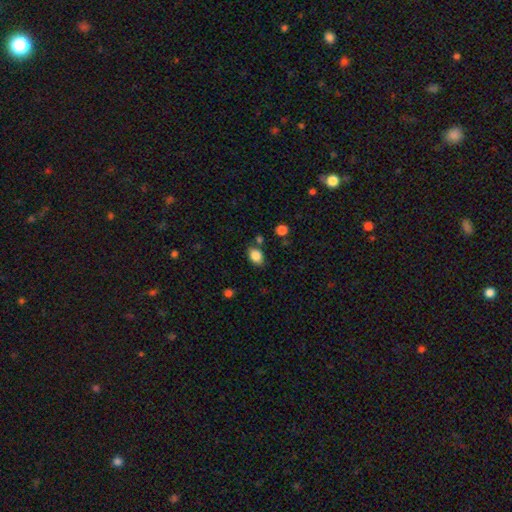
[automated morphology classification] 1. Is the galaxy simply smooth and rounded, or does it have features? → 85% smooth, 9% star or artifact, 6% featured or disk.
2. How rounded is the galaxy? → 77% in between, 22% round, 1% cigar-shaped.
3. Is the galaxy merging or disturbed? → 77% none, 14% minor disturbance, 6% merger, 4% major disturbance.